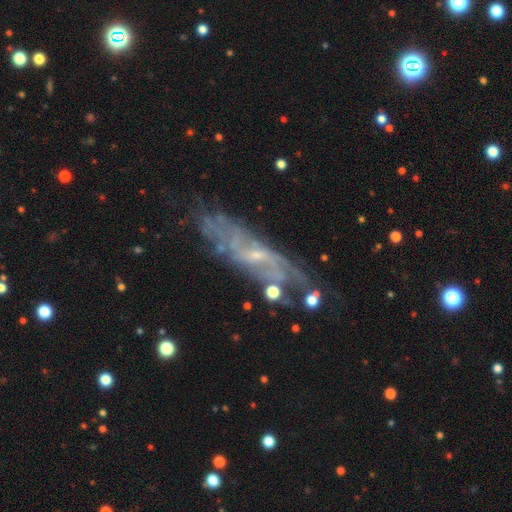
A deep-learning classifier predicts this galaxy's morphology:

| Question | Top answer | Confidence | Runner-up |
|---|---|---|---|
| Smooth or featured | featured or disk | 73% | smooth (17%) |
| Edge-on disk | no | 71% | yes (29%) |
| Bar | no | 45% | weak (43%) |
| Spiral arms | yes | 75% | no (25%) |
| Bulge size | small | 68% | moderate (17%) |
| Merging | none | 66% | minor disturbance (19%) |